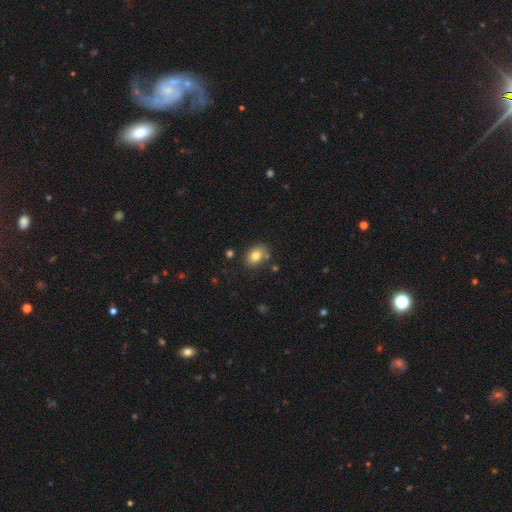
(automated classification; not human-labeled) Overall: smooth (80%). How rounded: in between (74%). Merging: none (77%).